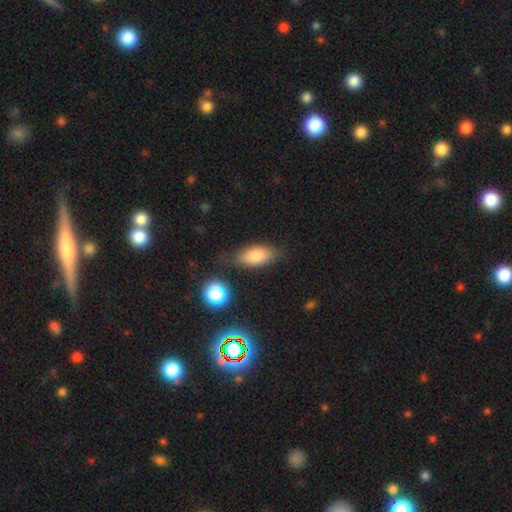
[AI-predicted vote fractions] smooth_or_featured: smooth (p=0.82) [alt: featured or disk p=0.10]
how_rounded: in between (p=0.86) [alt: cigar-shaped p=0.09]
merging: none (p=0.68) [alt: minor disturbance p=0.19]